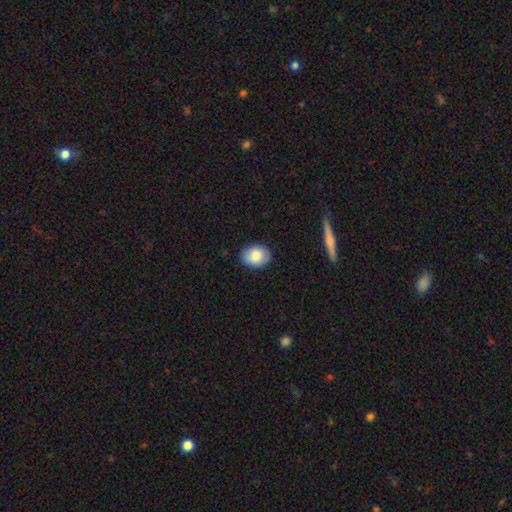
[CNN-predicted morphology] smooth-or-featured: smooth: 82% | featured or disk: 11% | star or artifact: 7%
  how-rounded: in between: 68% | round: 31% | cigar-shaped: 1%
  merging: none: 87% | minor disturbance: 10% | major disturbance: 2% | merger: 1%